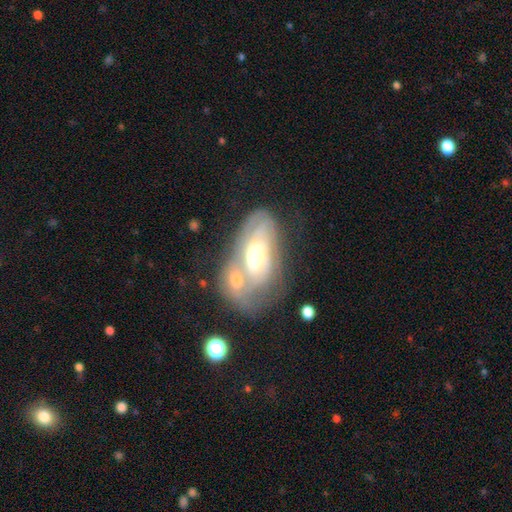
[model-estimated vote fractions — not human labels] The model was most divided on "merging": merger: 36%, none: 34%, minor disturbance: 17%, major disturbance: 13%. More confident: edge-on disk — no (91%); smooth or featured — featured or disk (66%); bar — no (66%); bulge size — moderate (64%); spiral arms — yes (56%).